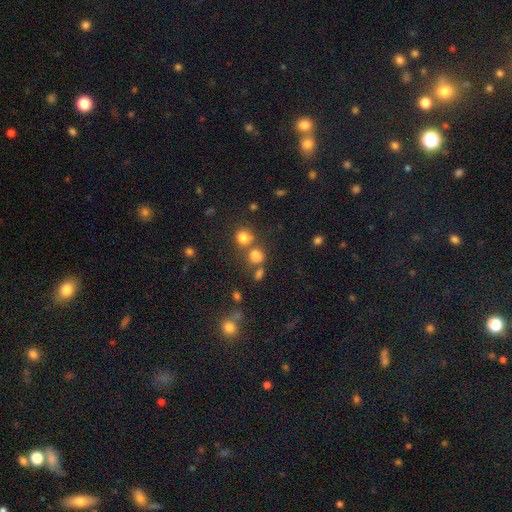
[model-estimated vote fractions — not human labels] Smooth or featured? smooth (74%)
How rounded? round (67%)
Merging? none (54%)